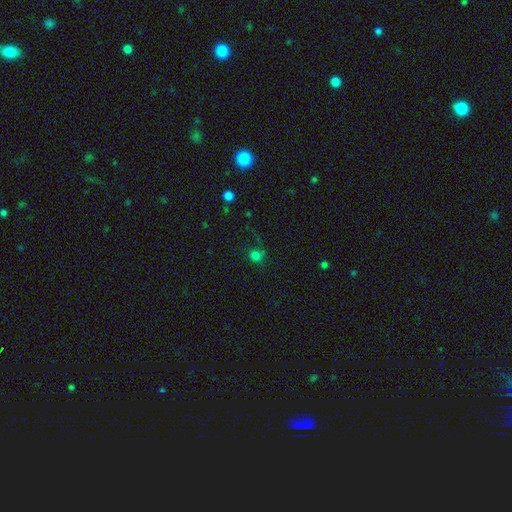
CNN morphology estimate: Overall: smooth (74%). How rounded: round (85%). Merging: none (62%).